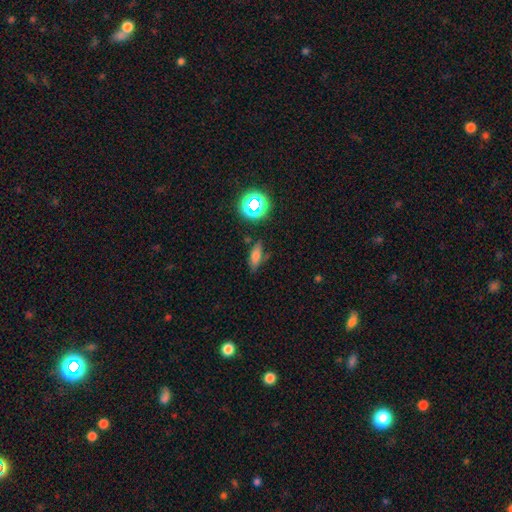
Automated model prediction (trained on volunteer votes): This is likely a smooth galaxy (71%). How rounded: likely in between (64%). Merging: likely none (77%).